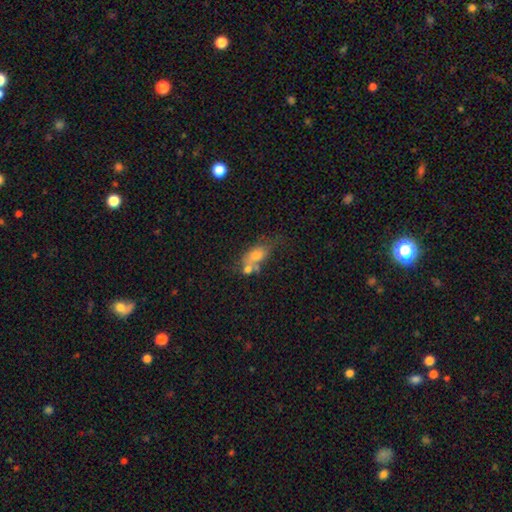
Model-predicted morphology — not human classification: type=smooth (65%); roundness=in between (73%); merging=merger (43%).